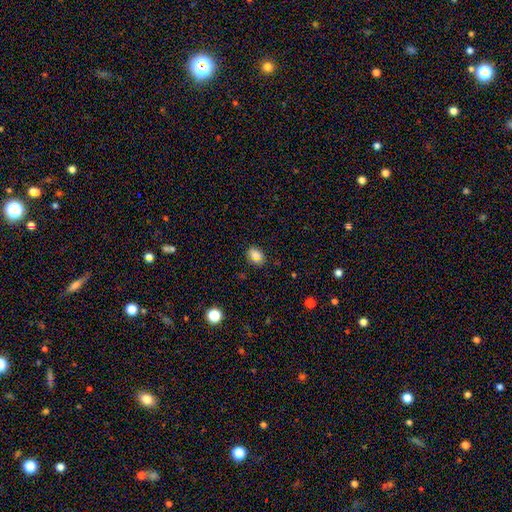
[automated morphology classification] This appears to be a smooth galaxy with no disk features (82%) that is in between round and cigar-shaped (74%). Merging: none (78%).